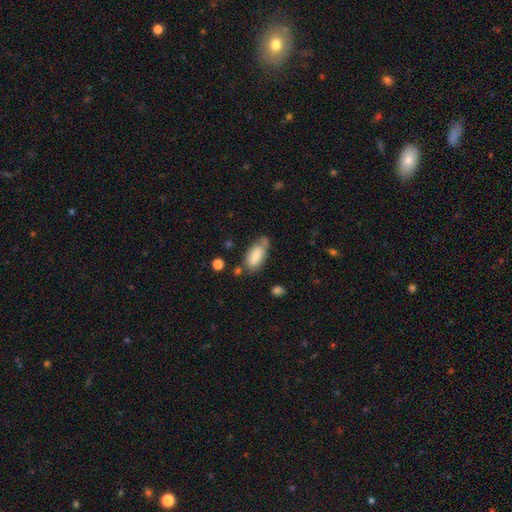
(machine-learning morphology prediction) A smooth galaxy with no disk features (74%) that is in between round and cigar-shaped (88%). Merging: none (51%).